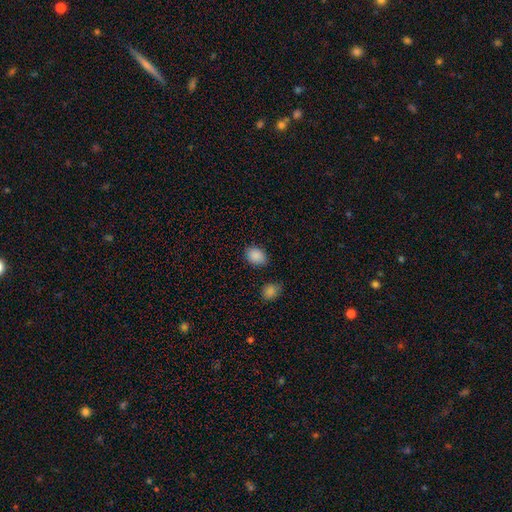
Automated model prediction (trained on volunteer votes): This appears to be a smooth galaxy with no disk features (88%) that is in between round and cigar-shaped (66%). Merging: none (79%).